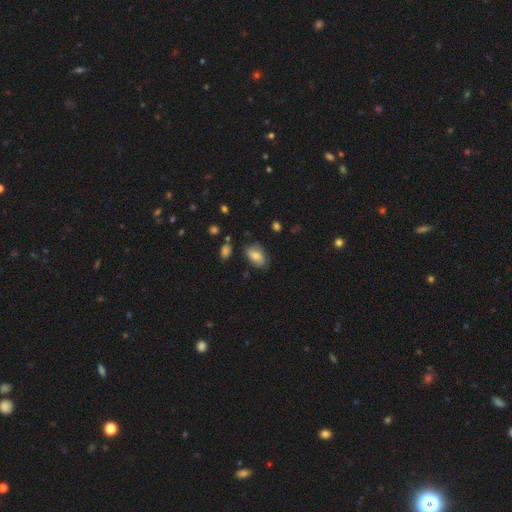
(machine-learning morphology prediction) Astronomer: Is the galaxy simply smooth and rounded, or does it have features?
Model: smooth — 76%.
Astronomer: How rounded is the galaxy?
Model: in between — 91%.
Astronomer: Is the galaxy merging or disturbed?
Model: none — 73%.